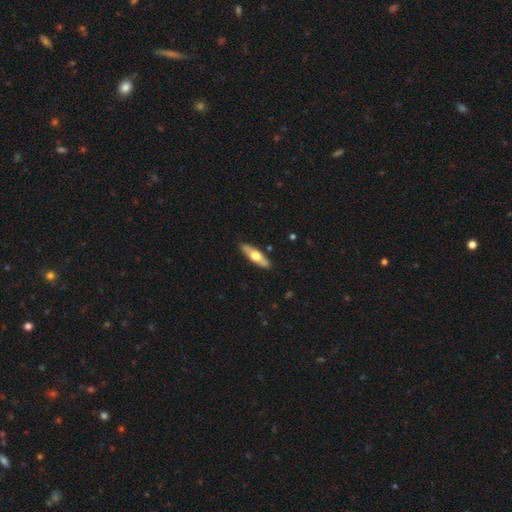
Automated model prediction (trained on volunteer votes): smooth_or_featured: smooth (p=0.52) [alt: featured or disk p=0.43]
how_rounded: cigar-shaped (p=0.57) [alt: in between p=0.41]
merging: none (p=0.89) [alt: minor disturbance p=0.08]